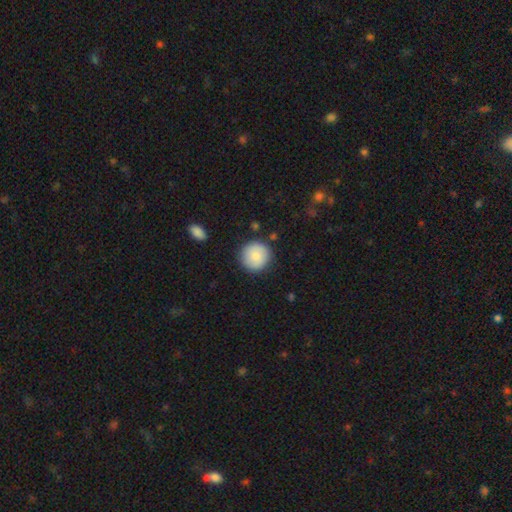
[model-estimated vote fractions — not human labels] Smooth or featured? smooth (83%)
How rounded? round (95%)
Merging? none (87%)